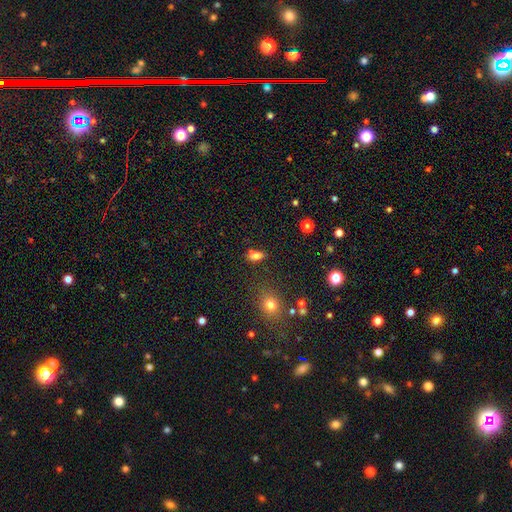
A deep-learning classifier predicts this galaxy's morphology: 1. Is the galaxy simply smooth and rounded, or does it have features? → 77% smooth, 13% star or artifact, 10% featured or disk.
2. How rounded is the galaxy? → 82% in between, 12% round, 6% cigar-shaped.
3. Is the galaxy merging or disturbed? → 71% none, 15% minor disturbance, 9% merger, 5% major disturbance.